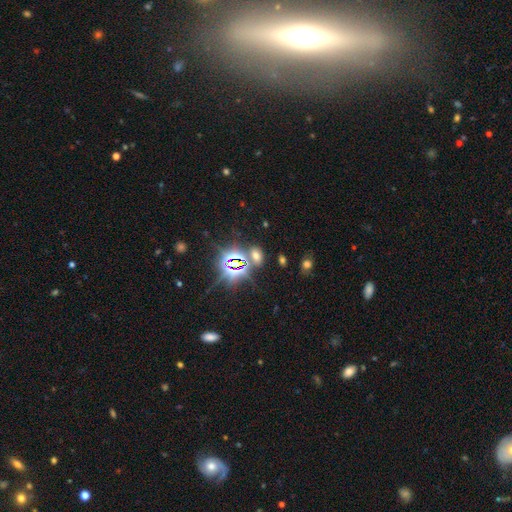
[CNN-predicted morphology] Smooth or featured? Predicted: star or artifact (p=0.52).